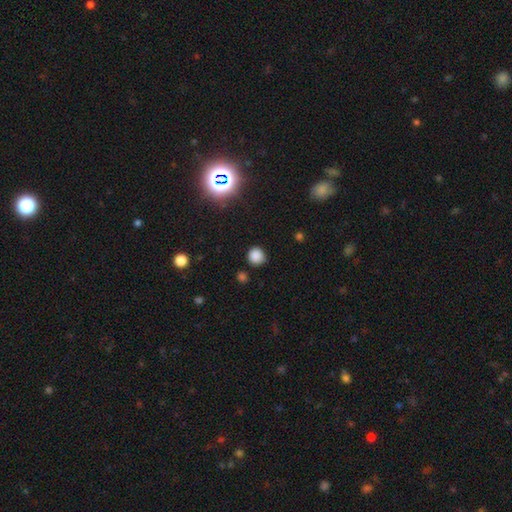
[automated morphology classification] smooth 82%, star or artifact 14%, featured or disk 4%. Down the decision tree: how rounded — round (90%); merging — none (84%).